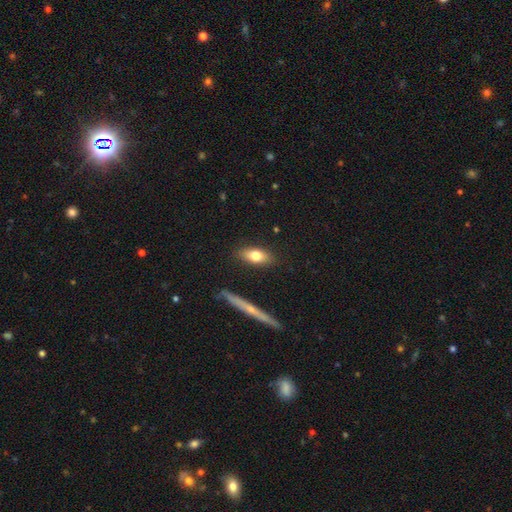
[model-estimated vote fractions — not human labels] smooth 73%, featured or disk 20%, star or artifact 7%. Down the decision tree: how rounded — in between (78%); merging — none (85%).